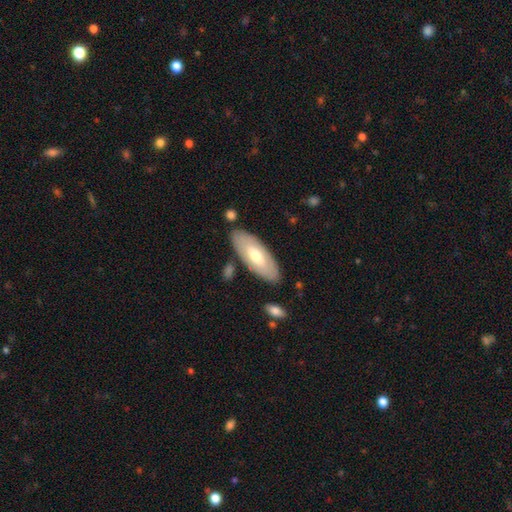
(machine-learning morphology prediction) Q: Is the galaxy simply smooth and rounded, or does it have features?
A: smooth — 59%.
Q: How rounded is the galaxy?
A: in between — 80%.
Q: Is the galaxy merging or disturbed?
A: none — 83%.